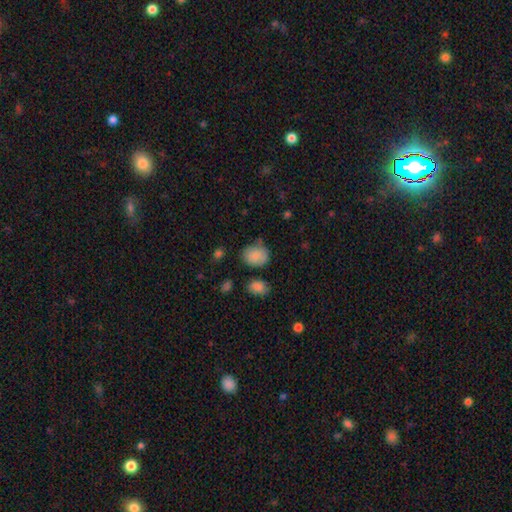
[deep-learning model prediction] Overall: smooth (84%). How rounded: in between (52%; round 47%). Merging: none (64%; minor disturbance 24%).